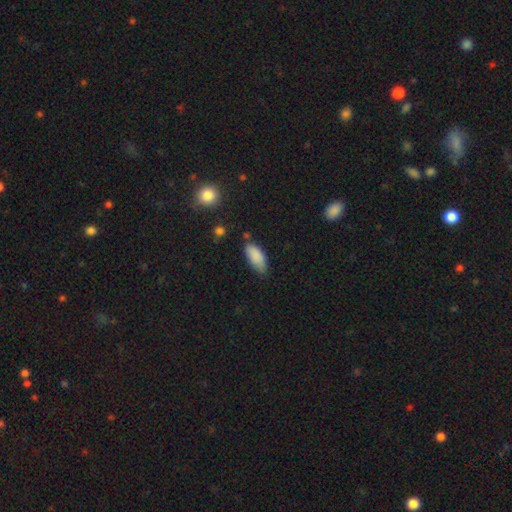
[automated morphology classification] Q: Smooth or featured?
A: smooth (87%); runner-up: star or artifact (7%)
Q: How rounded?
A: in between (86%); runner-up: cigar-shaped (12%)
Q: Merging?
A: none (63%); runner-up: minor disturbance (29%)